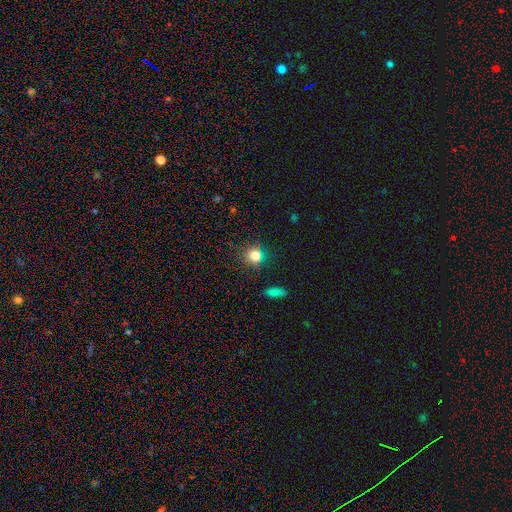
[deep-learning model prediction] smooth 79%, star or artifact 15%, featured or disk 6%. Down the decision tree: how rounded — round (87%); merging — none (86%).